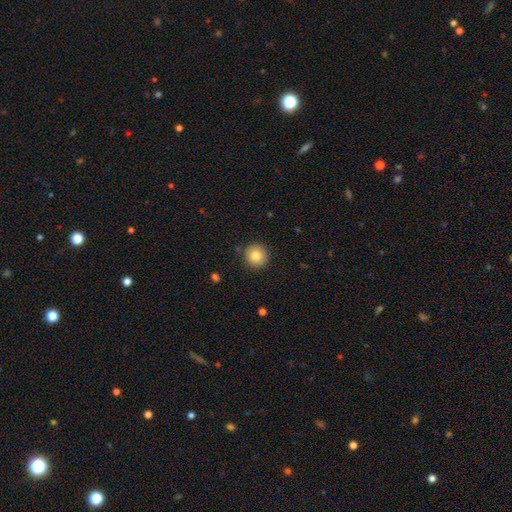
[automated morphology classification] The model was most divided on "smooth or featured": smooth: 84%, star or artifact: 9%, featured or disk: 7%. More confident: how rounded — round (94%); merging — none (89%).